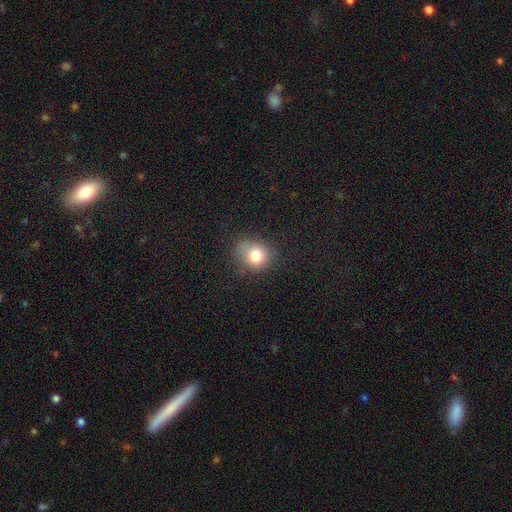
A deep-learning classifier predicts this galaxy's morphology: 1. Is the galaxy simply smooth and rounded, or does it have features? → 79% smooth, 12% star or artifact, 9% featured or disk.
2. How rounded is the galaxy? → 67% round, 32% in between, 1% cigar-shaped.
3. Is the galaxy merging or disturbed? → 66% none, 24% minor disturbance, 9% major disturbance, 2% merger.